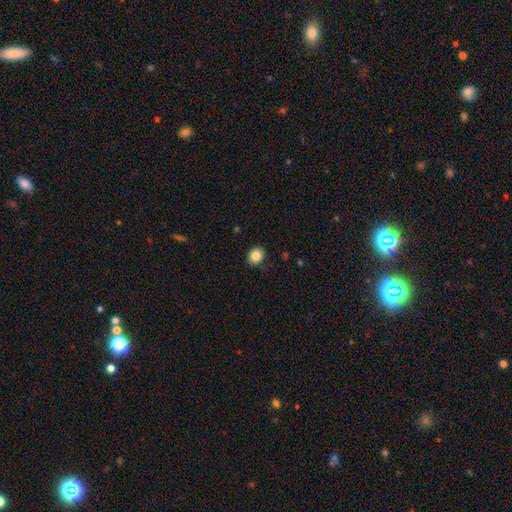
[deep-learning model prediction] smooth 84%, star or artifact 10%, featured or disk 6%. Down the decision tree: how rounded — round (70%); merging — none (87%).